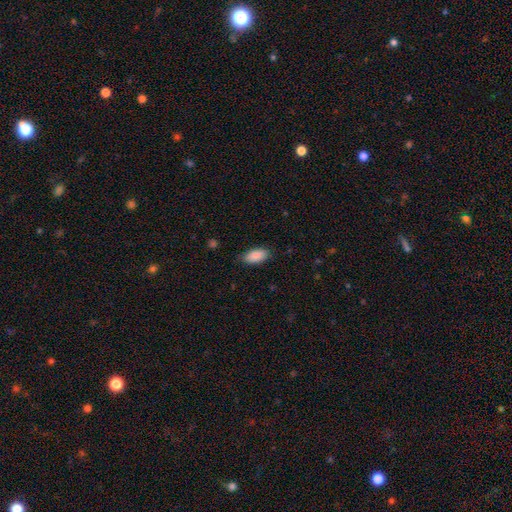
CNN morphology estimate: Smooth or featured? Predicted: smooth (p=0.89). How rounded? Predicted: in between (p=0.93). Merging? Predicted: none (p=0.83).